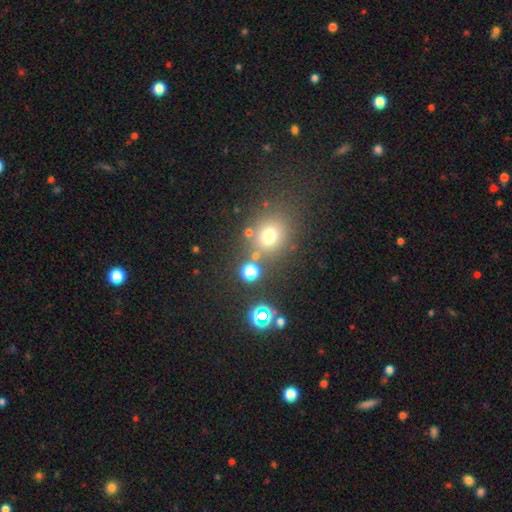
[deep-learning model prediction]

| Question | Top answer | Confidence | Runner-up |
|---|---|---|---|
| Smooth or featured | smooth | 62% | star or artifact (28%) |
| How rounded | round | 72% | in between (27%) |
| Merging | none | 72% | merger (12%) |